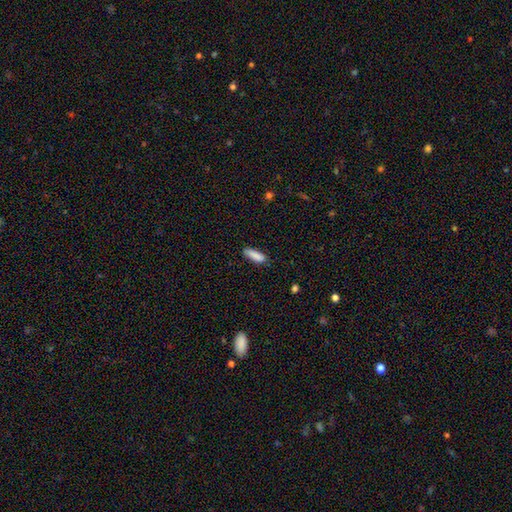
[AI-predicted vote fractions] A smooth galaxy with no disk features (87%) that is cigar-shaped (55%).

Vote fractions:
- Smooth or featured? smooth: 87% / star or artifact: 7% / featured or disk: 6%
- How rounded? cigar-shaped: 55% / in between: 44% / round: 2%
- Merging? none: 79% / minor disturbance: 16% / major disturbance: 3% / merger: 2%